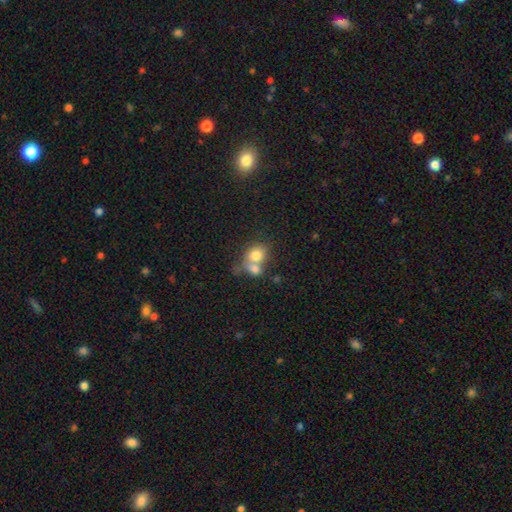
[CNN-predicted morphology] smooth_or_featured: smooth (p=0.76) [alt: featured or disk p=0.14]
how_rounded: round (p=0.57) [alt: in between p=0.42]
merging: merger (p=0.58) [alt: none p=0.29]